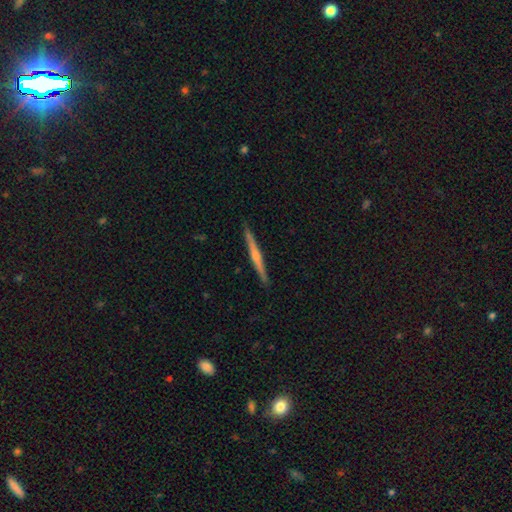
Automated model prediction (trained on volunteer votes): Smooth or featured? Predicted: featured or disk (p=0.65). Edge-on disk? Predicted: yes (p=0.98). Edge-on bulge? Predicted: rounded (p=0.63). Merging? Predicted: none (p=0.91).